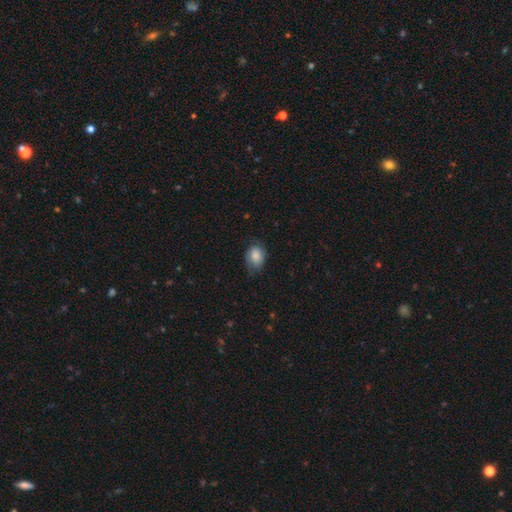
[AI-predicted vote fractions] smooth 79%, featured or disk 13%, star or artifact 8%. Down the decision tree: how rounded — in between (68%); merging — none (57%).